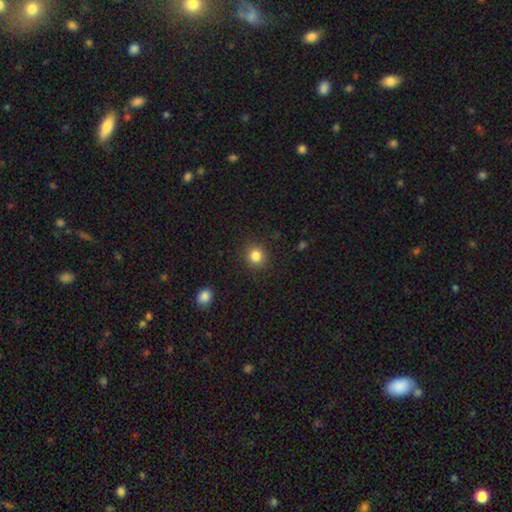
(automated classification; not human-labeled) smooth 84%, star or artifact 11%, featured or disk 5%. Down the decision tree: how rounded — round (90%); merging — none (90%).